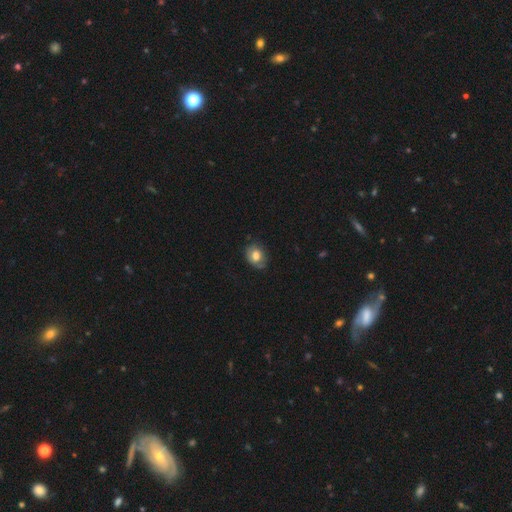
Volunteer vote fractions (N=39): This is clearly a smooth galaxy (82%). How rounded: likely in between (72%). Merging: possibly none (53%).